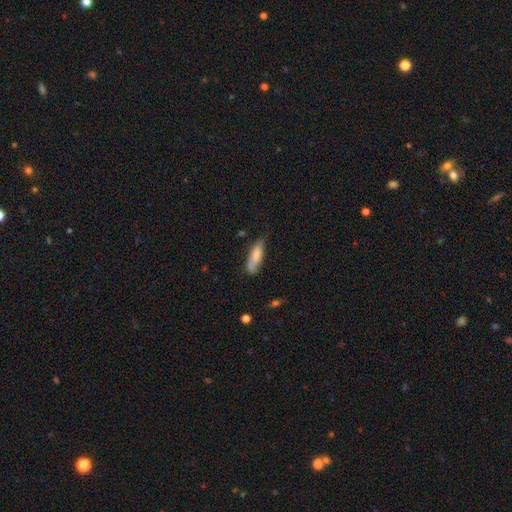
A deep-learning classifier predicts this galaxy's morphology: smooth 75%, featured or disk 18%, star or artifact 7%. Down the decision tree: how rounded — cigar-shaped (51%); merging — none (58%).